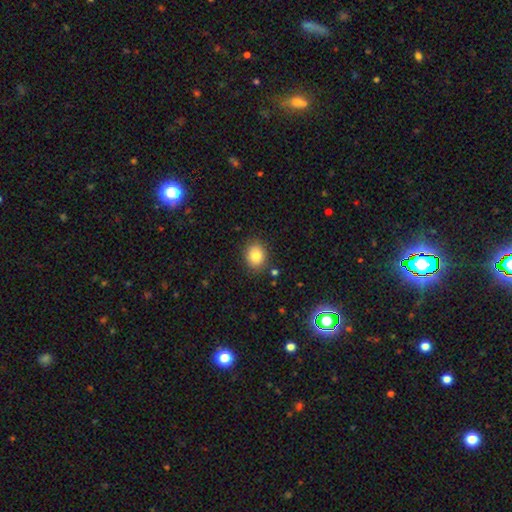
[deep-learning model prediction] Overall: smooth (83%). How rounded: round (54%; in between 46%). Merging: none (86%).